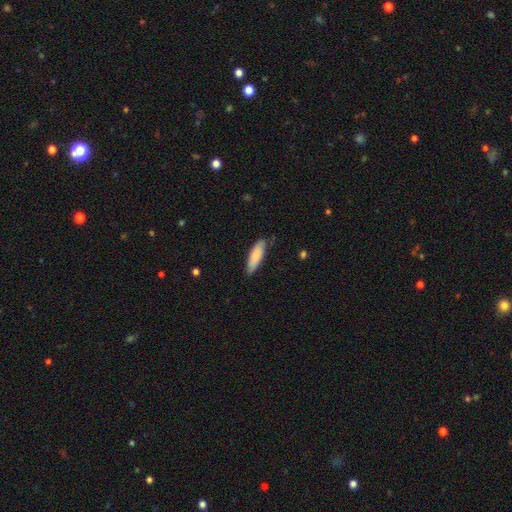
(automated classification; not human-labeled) Morphology: type=smooth (82%); roundness=cigar-shaped (54%); merging=none (78%).